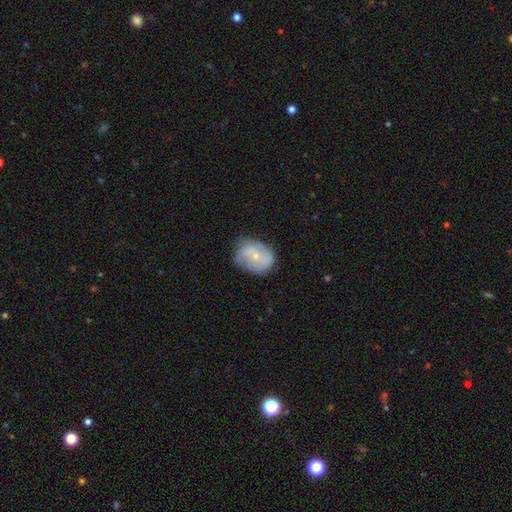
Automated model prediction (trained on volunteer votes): Morphology: type=featured or disk (55%); edge-on=no (97%); bar=no (70%); spiral arms=yes (72%); bulge=small (64%); merging=none (60%).